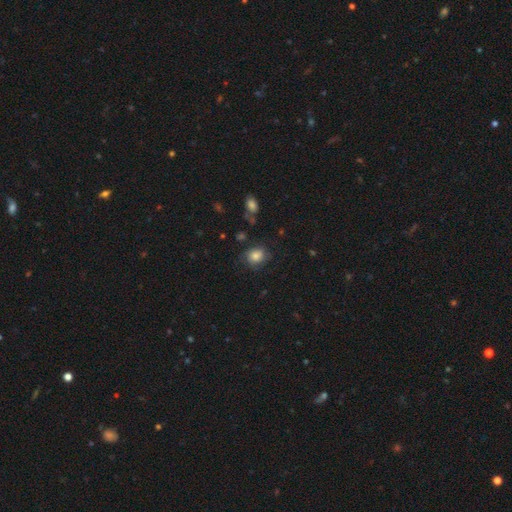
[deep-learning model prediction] smooth 79%, featured or disk 12%, star or artifact 9%. Down the decision tree: how rounded — round (66%); merging — none (70%).